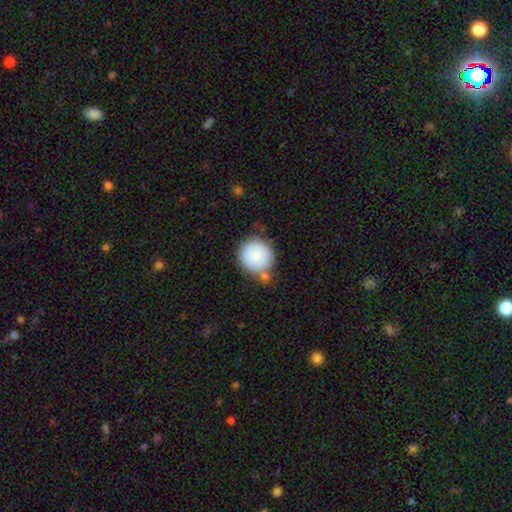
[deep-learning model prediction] A smooth galaxy with no disk features (84%) that is round (92%).

Vote fractions:
- Smooth or featured? smooth: 84% / featured or disk: 9% / star or artifact: 7%
- How rounded? round: 92% / in between: 7% / cigar-shaped: 1%
- Merging? none: 64% / merger: 16% / minor disturbance: 15% / major disturbance: 5%